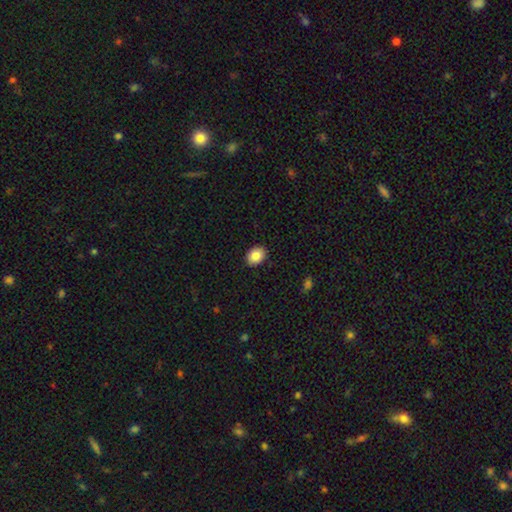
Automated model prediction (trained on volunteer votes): smooth 85%, star or artifact 8%, featured or disk 7%. Down the decision tree: how rounded — in between (62%); merging — none (90%).